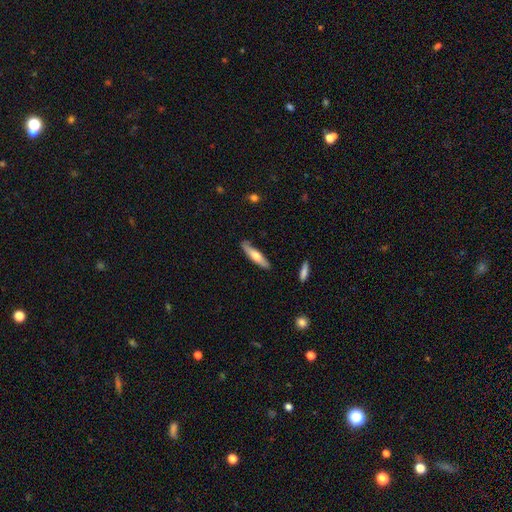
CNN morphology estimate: Overall: smooth (59%; featured or disk 35%). How rounded: cigar-shaped (83%). Merging: none (83%).